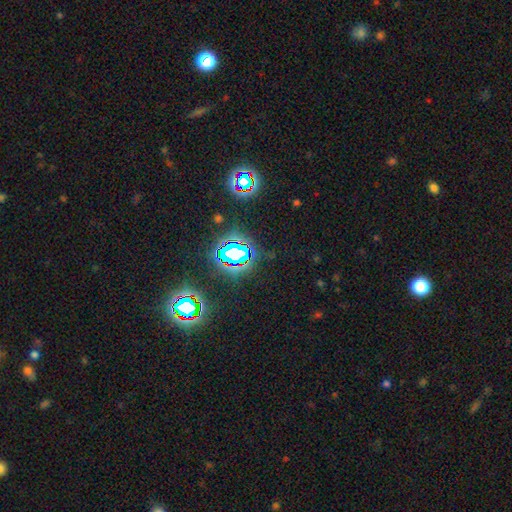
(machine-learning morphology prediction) The model was most divided on "smooth or featured": star or artifact: 79%, smooth: 13%, featured or disk: 7%.